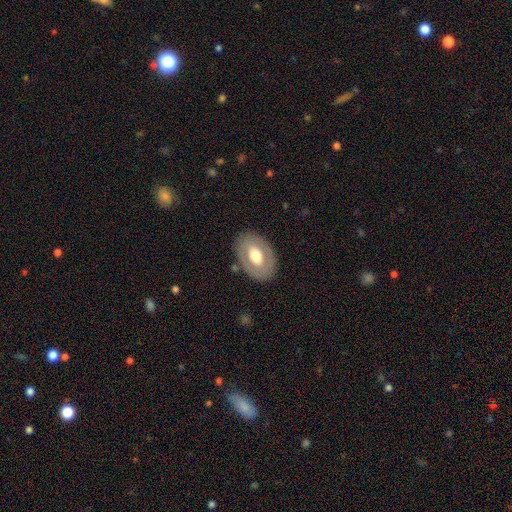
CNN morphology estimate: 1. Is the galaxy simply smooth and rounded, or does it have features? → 52% smooth, 42% featured or disk, 6% star or artifact.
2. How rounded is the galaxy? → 83% in between, 16% round, 1% cigar-shaped.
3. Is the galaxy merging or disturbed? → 82% none, 11% minor disturbance, 4% major disturbance, 2% merger.